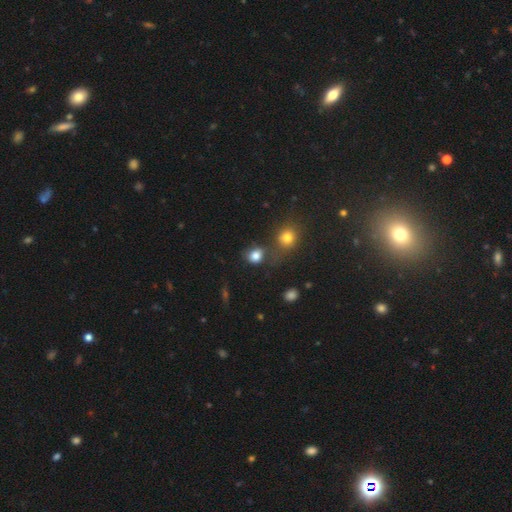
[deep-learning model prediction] Smooth or featured?
  - smooth: 81% *
  - star or artifact: 12%
  - featured or disk: 7%
How rounded?
  - round: 62% *
  - in between: 37%
  - cigar-shaped: 1%
Merging?
  - none: 55% *
  - merger: 20%
  - minor disturbance: 16%
  - major disturbance: 8%